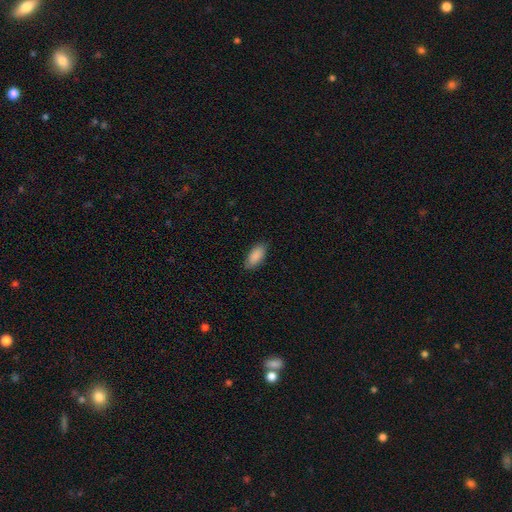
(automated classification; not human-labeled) A smooth galaxy with no disk features (89%) that is in between round and cigar-shaped (89%).

Vote fractions:
- Smooth or featured? smooth: 89% / star or artifact: 6% / featured or disk: 5%
- How rounded? in between: 89% / cigar-shaped: 9% / round: 2%
- Merging? none: 85% / minor disturbance: 12% / major disturbance: 2% / merger: 1%